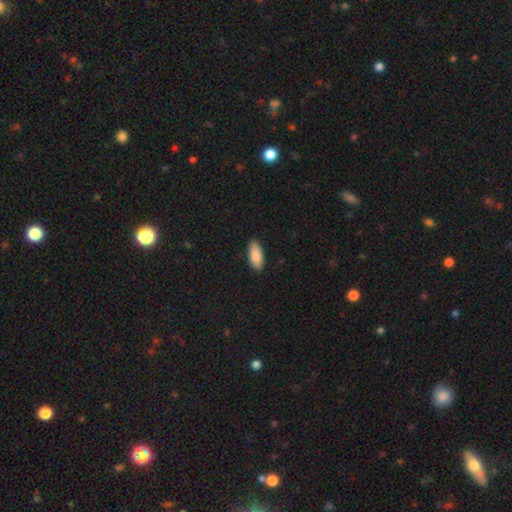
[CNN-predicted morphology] This appears to be a smooth galaxy with no disk features (88%) that is in between round and cigar-shaped (89%). Merging: none (89%).